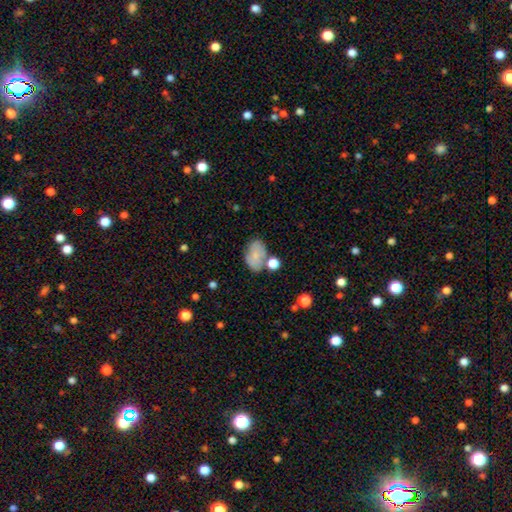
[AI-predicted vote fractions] A smooth galaxy with no disk features (76%) that is in between round and cigar-shaped (89%).

Vote fractions:
- Smooth or featured? smooth: 76% / featured or disk: 16% / star or artifact: 8%
- How rounded? in between: 89% / round: 10% / cigar-shaped: 1%
- Merging? none: 54% / minor disturbance: 20% / merger: 19% / major disturbance: 7%